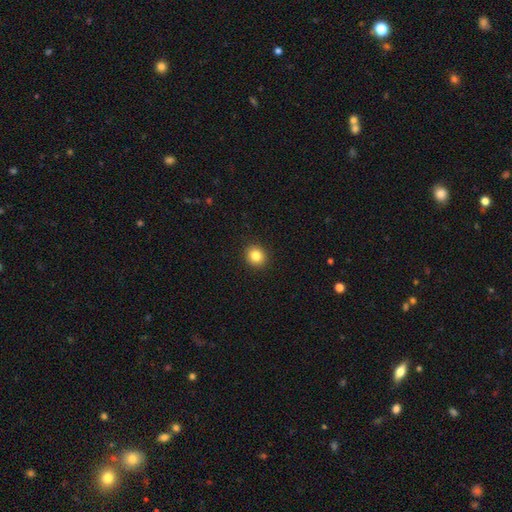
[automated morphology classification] Smooth or featured? smooth (84%)
How rounded? round (81%)
Merging? none (92%)